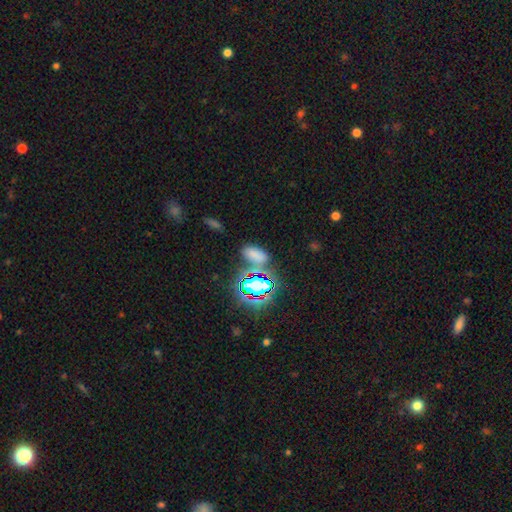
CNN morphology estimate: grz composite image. It shows a smooth galaxy with no disk features (56%) that is in between round and cigar-shaped (87%). Merging: none (63%).